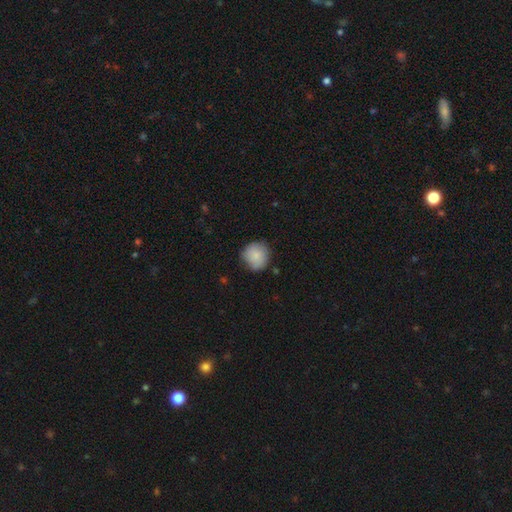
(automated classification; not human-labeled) smooth 84%, featured or disk 9%, star or artifact 7%. Down the decision tree: how rounded — round (91%); merging — none (74%).